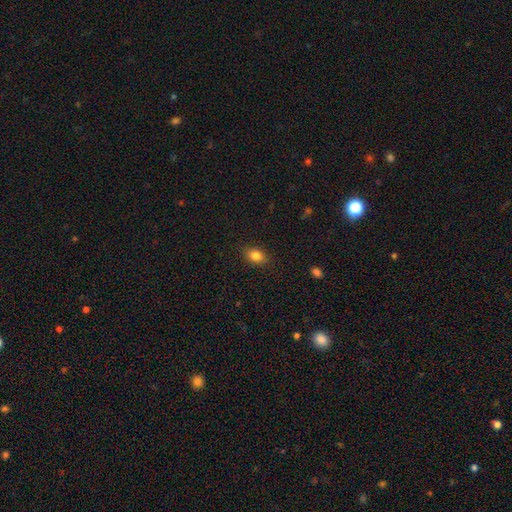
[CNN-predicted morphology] A smooth galaxy with no disk features (84%) that is in between round and cigar-shaped (78%). Merging: none (87%).